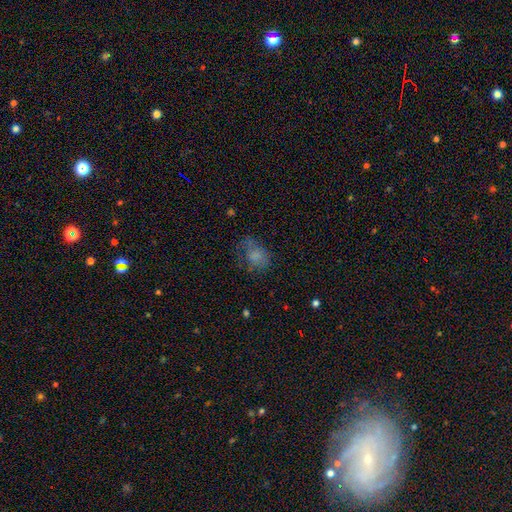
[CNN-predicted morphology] smooth_or_featured: smooth (p=0.68) [alt: featured or disk p=0.19]
how_rounded: in between (p=0.60) [alt: round p=0.39]
merging: none (p=0.43) [alt: major disturbance p=0.28]